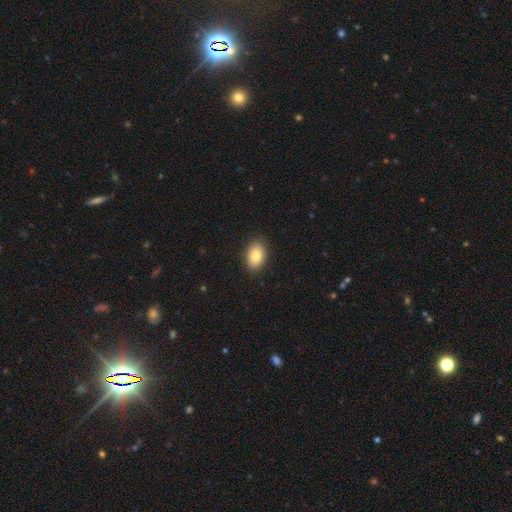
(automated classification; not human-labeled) This is clearly a smooth galaxy (83%). How rounded: clearly in between (86%). Merging: clearly none (88%).